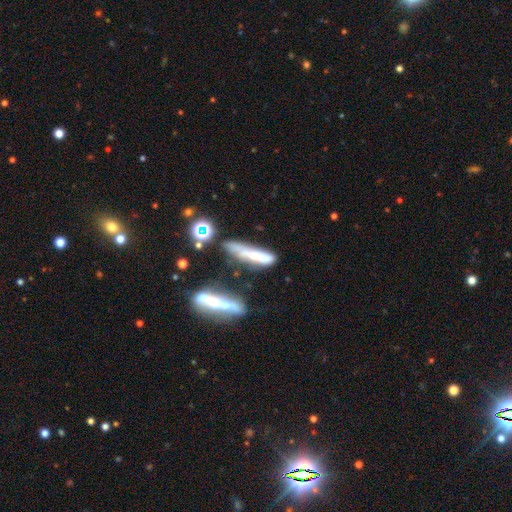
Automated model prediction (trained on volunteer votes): Smooth or featured: smooth — 49% (featured or disk — 39%)
Merging: none — 36% (minor disturbance — 23%)